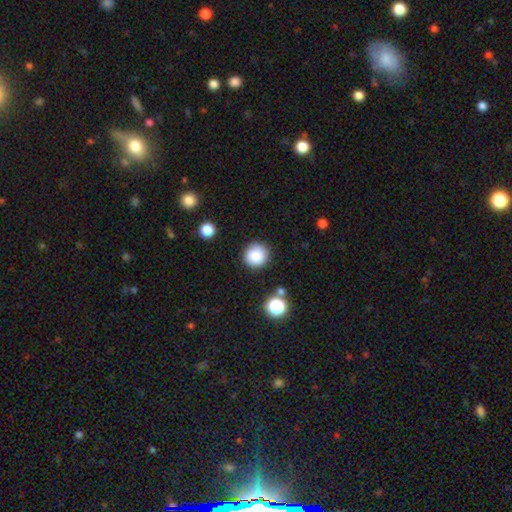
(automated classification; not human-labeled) This appears to be a smooth galaxy with no disk features (85%) that is round (93%). Merging: none (87%).